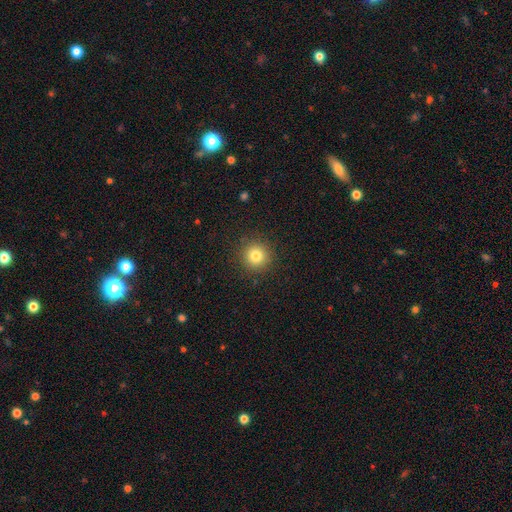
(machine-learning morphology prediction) Smooth or featured? smooth (81%)
How rounded? round (94%)
Merging? none (90%)